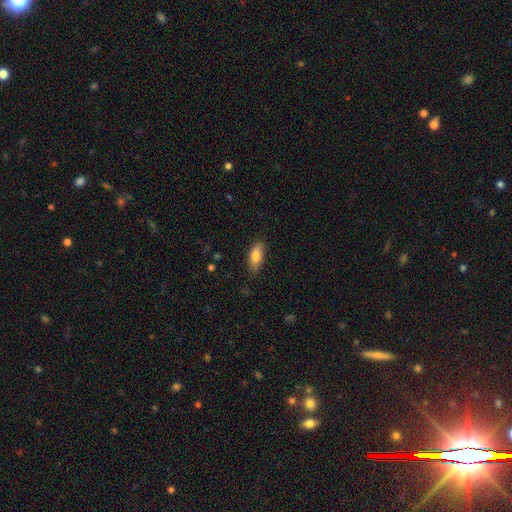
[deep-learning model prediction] smooth_or_featured: smooth (p=0.82) [alt: featured or disk p=0.11]
how_rounded: in between (p=0.83) [alt: cigar-shaped p=0.15]
merging: none (p=0.83) [alt: minor disturbance p=0.14]